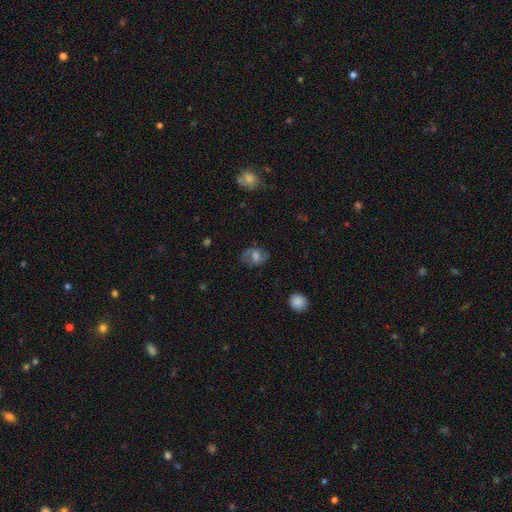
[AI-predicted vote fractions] This is possibly a smooth galaxy (48%). Merging: likely none (66%).